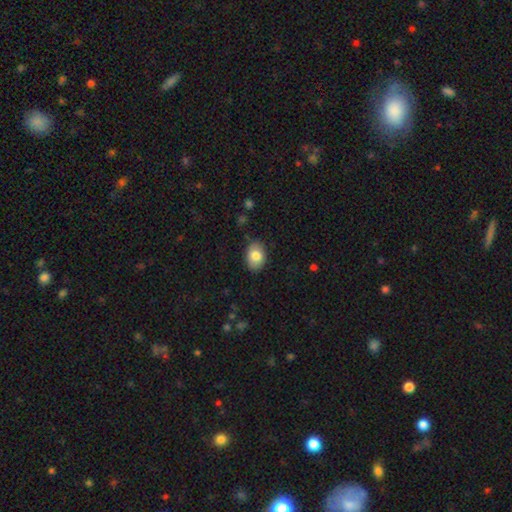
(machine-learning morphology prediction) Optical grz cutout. It shows a smooth galaxy with no disk features (81%) that is in between round and cigar-shaped (79%). Merging: none (85%).